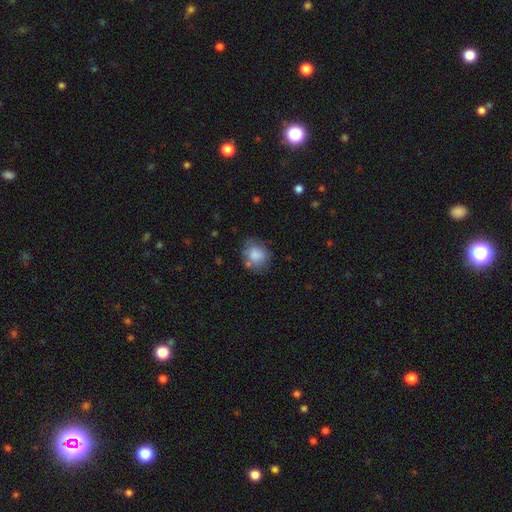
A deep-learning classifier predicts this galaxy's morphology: A smooth galaxy with no disk features (82%) that is round (65%). Merging: none (65%).